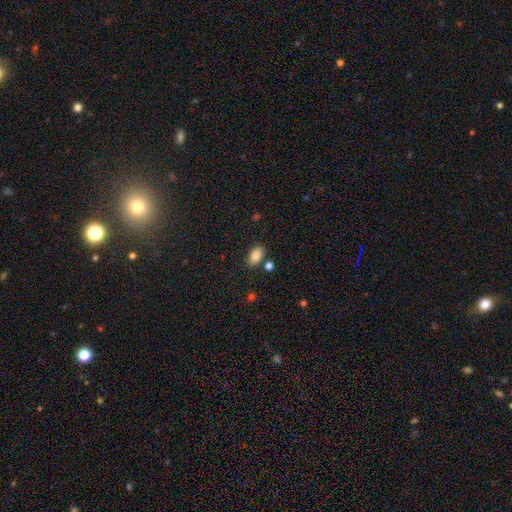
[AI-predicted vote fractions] Overall: smooth (86%). How rounded: in between (91%). Merging: none (79%).